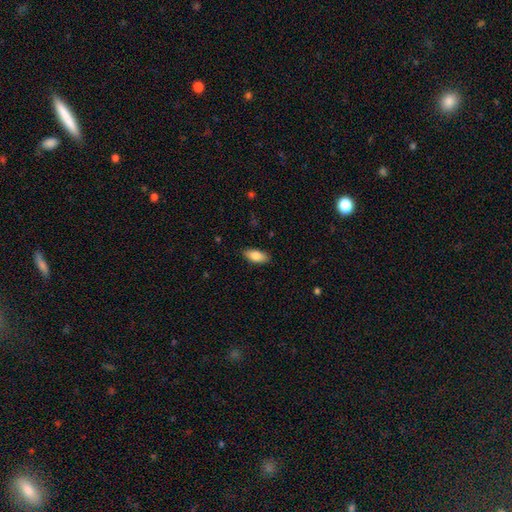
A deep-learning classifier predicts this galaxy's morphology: This is clearly a smooth galaxy (83%). How rounded: clearly in between (87%). Merging: clearly none (87%).